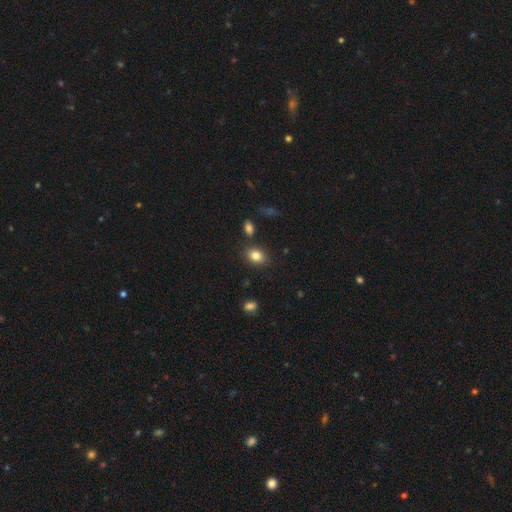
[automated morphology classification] smooth_or_featured: smooth (p=0.83) [alt: star or artifact p=0.10]
how_rounded: in between (p=0.62) [alt: round p=0.37]
merging: none (p=0.82) [alt: minor disturbance p=0.10]